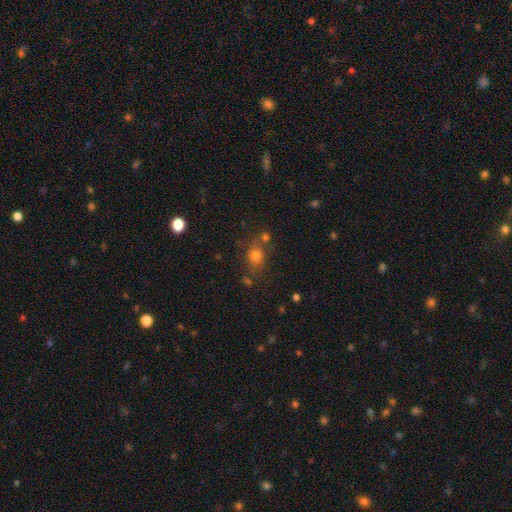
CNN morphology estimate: A smooth galaxy with no disk features (73%) that is round (64%). Merging: none (68%).